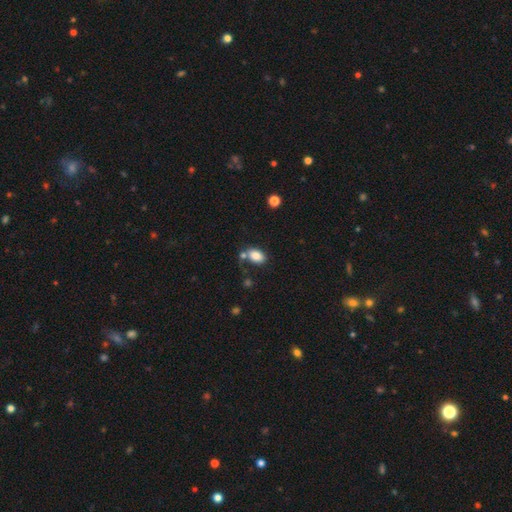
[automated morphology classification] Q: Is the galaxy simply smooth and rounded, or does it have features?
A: smooth — 83%.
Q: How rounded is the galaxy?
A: in between — 86%.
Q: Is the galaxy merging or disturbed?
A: none — 60%.